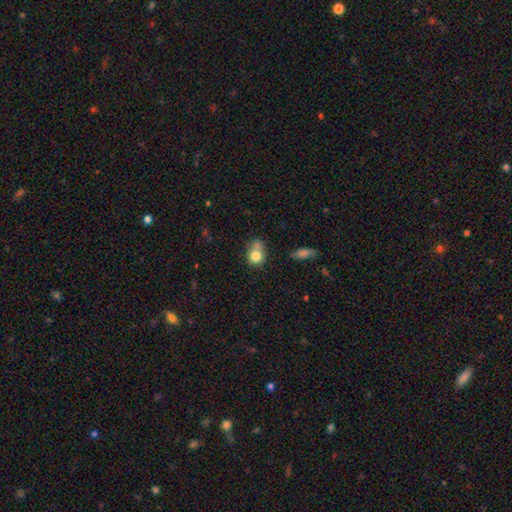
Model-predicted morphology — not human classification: This appears to be a smooth galaxy with no disk features (78%) that is round (62%). Merging: none (39%).